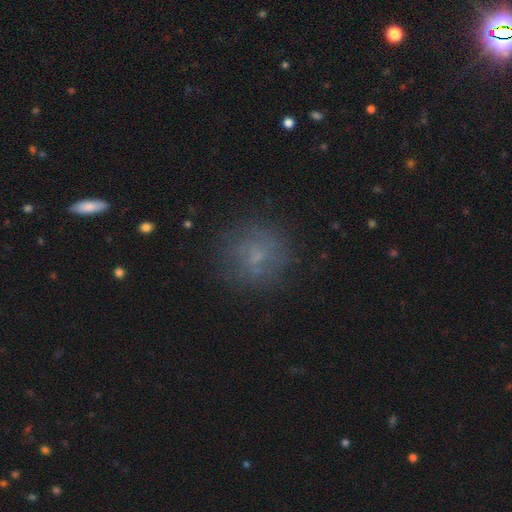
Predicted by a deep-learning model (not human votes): smooth 57%, featured or disk 25%, star or artifact 18%. Down the decision tree: how rounded — round (89%); merging — none (77%).